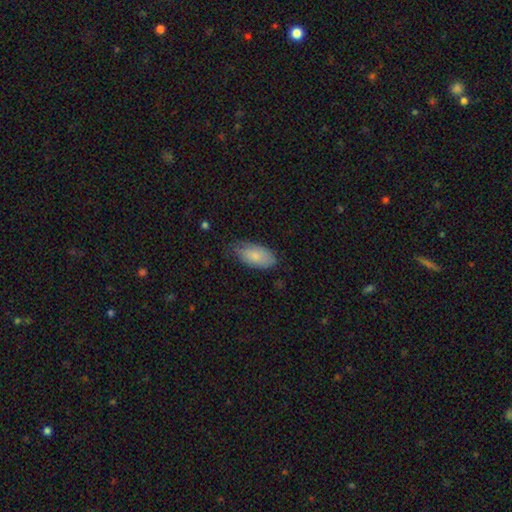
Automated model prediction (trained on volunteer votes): Smooth or featured? smooth (81%)
How rounded? in between (93%)
Merging? none (63%)